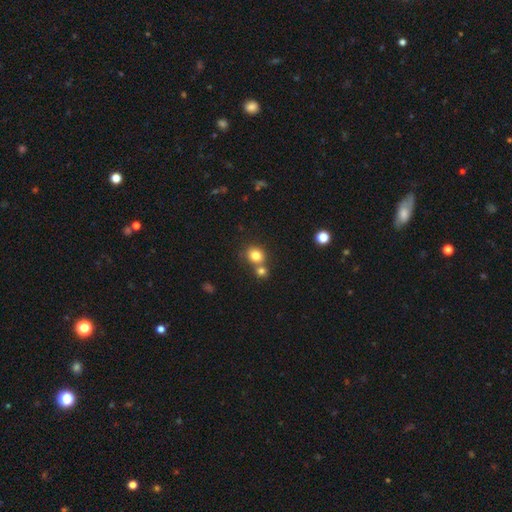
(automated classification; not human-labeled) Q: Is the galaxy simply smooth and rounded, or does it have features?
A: smooth — 80%.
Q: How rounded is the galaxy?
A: round — 79%.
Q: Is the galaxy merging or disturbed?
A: none — 55%.